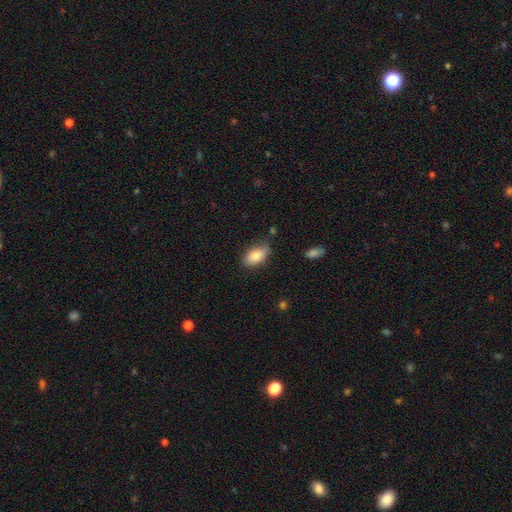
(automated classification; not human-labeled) This is clearly a smooth galaxy (82%). How rounded: clearly in between (92%). Merging: likely none (75%).